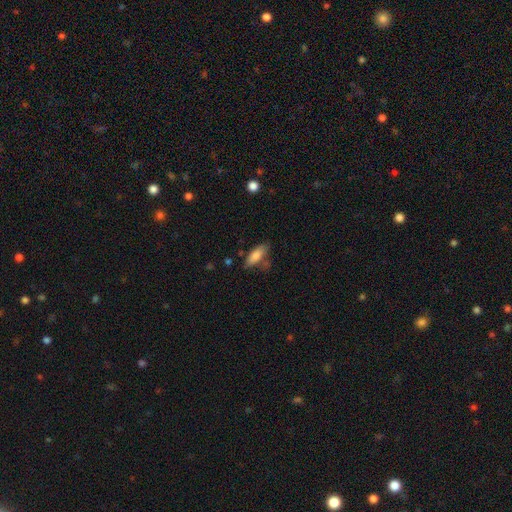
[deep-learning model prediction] A smooth galaxy with no disk features (81%) that is in between round and cigar-shaped (73%). Merging: none (63%).